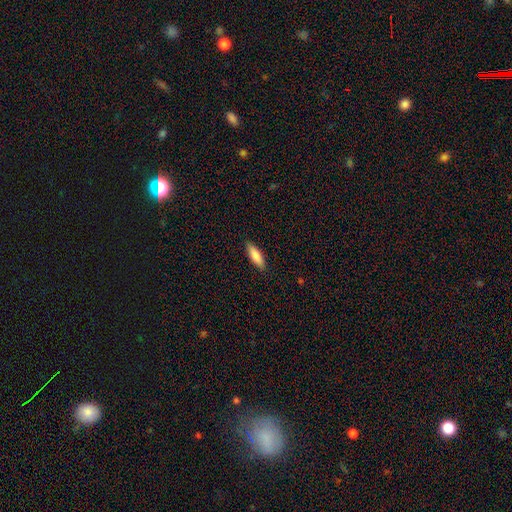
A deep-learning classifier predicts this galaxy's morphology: Q: Smooth or featured?
A: smooth (85%); runner-up: featured or disk (10%)
Q: How rounded?
A: cigar-shaped (50%); runner-up: in between (48%)
Q: Merging?
A: none (88%); runner-up: minor disturbance (9%)